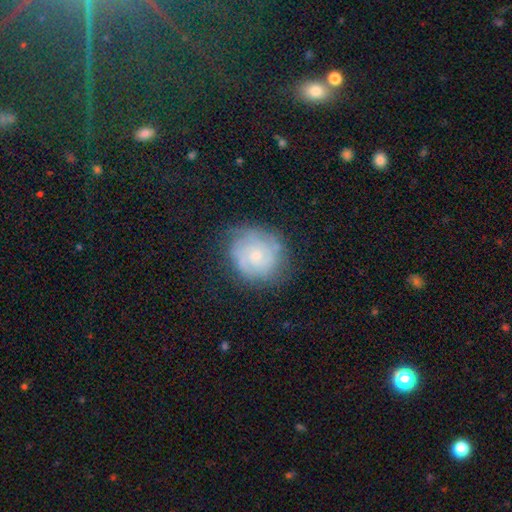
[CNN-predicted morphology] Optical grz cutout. It shows a featured or disk galaxy (65%) with no bar (74%), tight (70%) spiral arms (87%) and a small central bulge (60%). Merging: none (73%).